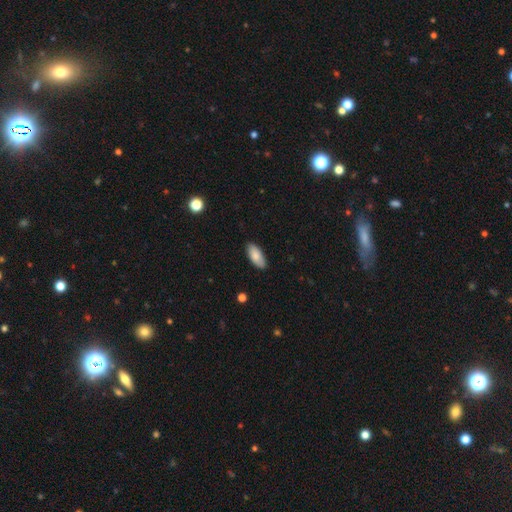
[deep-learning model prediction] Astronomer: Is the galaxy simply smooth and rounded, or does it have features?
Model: smooth — 84%.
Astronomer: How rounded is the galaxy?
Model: in between — 89%.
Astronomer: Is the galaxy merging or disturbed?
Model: none — 86%.